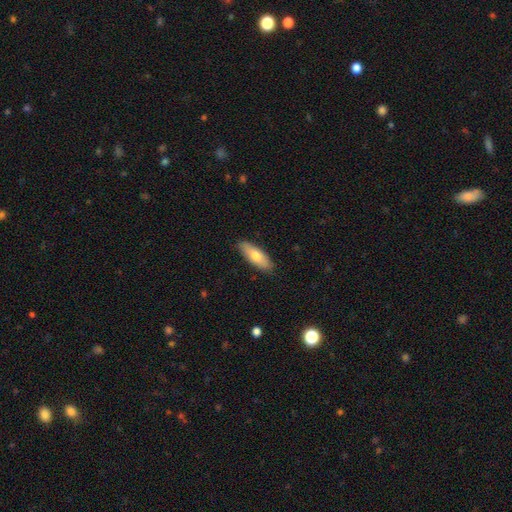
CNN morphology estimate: The model was most divided on "how rounded": in between: 65%, cigar-shaped: 33%, round: 2%. More confident: merging — none (87%); smooth or featured — smooth (71%).